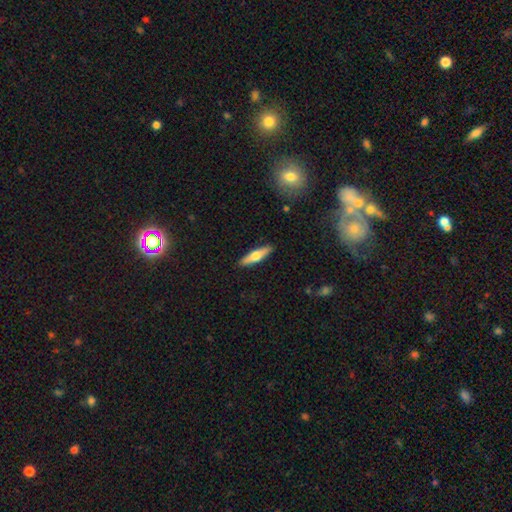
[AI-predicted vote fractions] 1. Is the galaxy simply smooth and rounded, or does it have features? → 53% smooth, 41% featured or disk, 6% star or artifact.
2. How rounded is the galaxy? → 74% cigar-shaped, 24% in between, 2% round.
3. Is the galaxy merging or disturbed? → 90% none, 7% minor disturbance, 2% major disturbance, 1% merger.